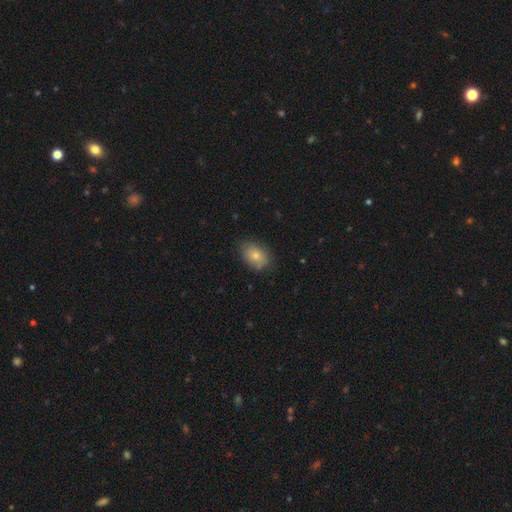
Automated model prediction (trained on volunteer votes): smooth-or-featured: smooth: 78% | featured or disk: 14% | star or artifact: 8%
  how-rounded: in between: 81% | round: 18% | cigar-shaped: 1%
  merging: none: 78% | minor disturbance: 17% | major disturbance: 4% | merger: 1%